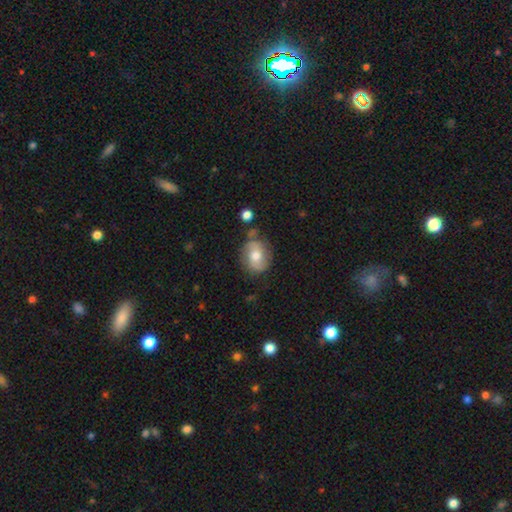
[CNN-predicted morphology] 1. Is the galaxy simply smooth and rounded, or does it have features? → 52% smooth, 40% featured or disk, 8% star or artifact.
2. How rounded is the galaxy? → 55% round, 43% in between, 1% cigar-shaped.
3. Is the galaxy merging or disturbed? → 67% none, 22% minor disturbance, 6% major disturbance, 5% merger.